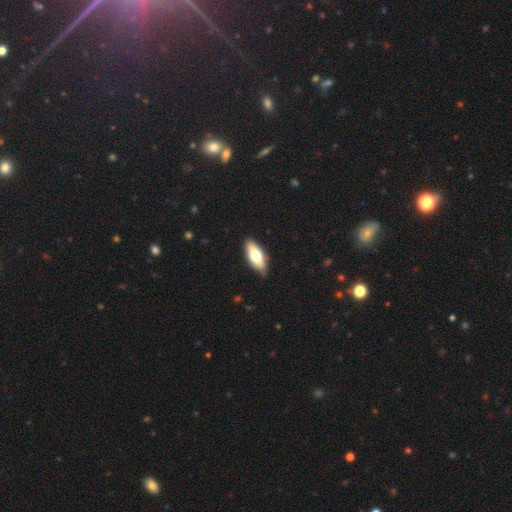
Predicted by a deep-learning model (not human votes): Smooth or featured?
  - smooth: 61% *
  - featured or disk: 33%
  - star or artifact: 6%
How rounded?
  - in between: 75% *
  - cigar-shaped: 22%
  - round: 3%
Merging?
  - none: 84% *
  - minor disturbance: 13%
  - major disturbance: 2%
  - merger: 1%